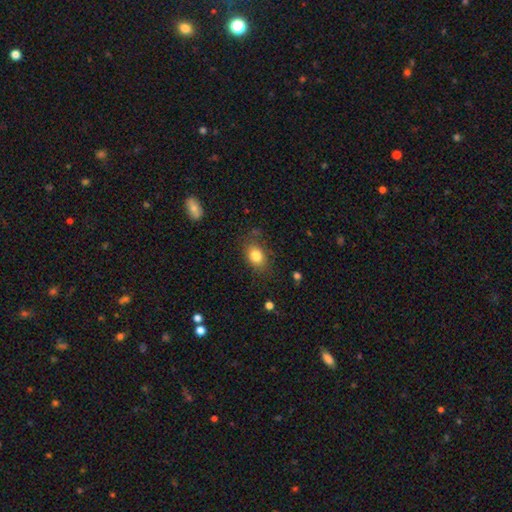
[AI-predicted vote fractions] Morphology: type=smooth (82%); roundness=in between (71%); merging=none (73%).